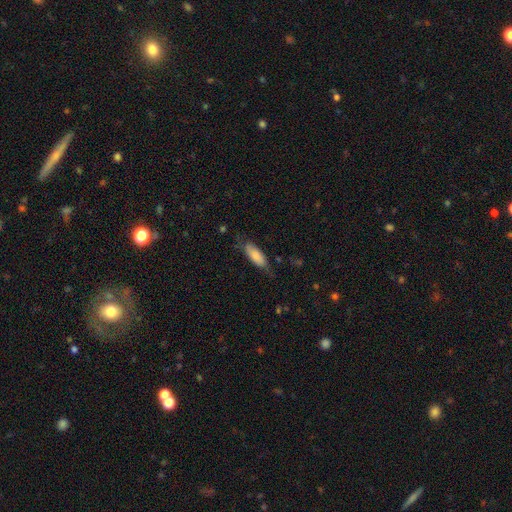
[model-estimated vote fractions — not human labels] smooth-or-featured: smooth: 79% | featured or disk: 15% | star or artifact: 6%
  how-rounded: in between: 70% | cigar-shaped: 28% | round: 2%
  merging: none: 62% | minor disturbance: 27% | major disturbance: 9% | merger: 2%